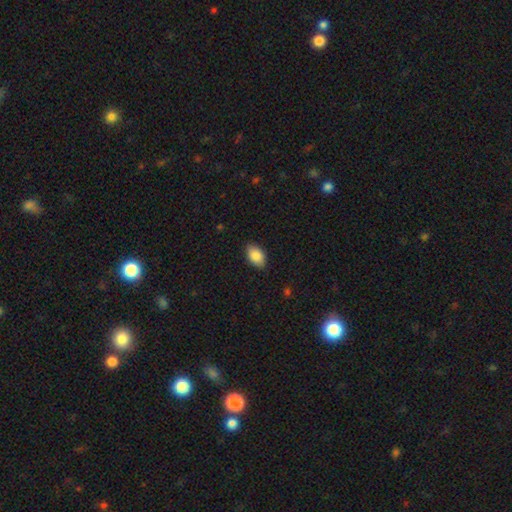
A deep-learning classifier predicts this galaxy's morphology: Overall: smooth (89%). How rounded: in between (91%). Merging: none (86%).